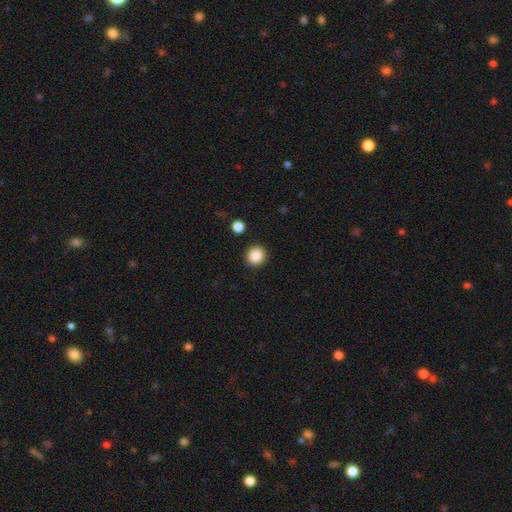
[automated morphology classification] Q: Smooth or featured?
A: smooth (87%); runner-up: star or artifact (10%)
Q: How rounded?
A: round (90%); runner-up: in between (9%)
Q: Merging?
A: none (90%); runner-up: minor disturbance (6%)